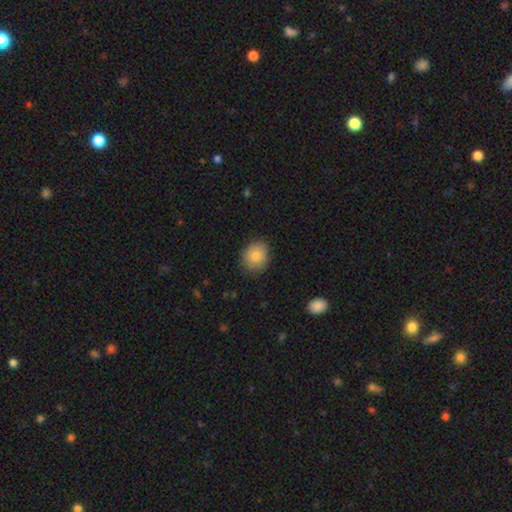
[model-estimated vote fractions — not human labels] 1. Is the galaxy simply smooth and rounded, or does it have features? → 85% smooth, 9% star or artifact, 7% featured or disk.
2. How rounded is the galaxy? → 72% round, 27% in between, 1% cigar-shaped.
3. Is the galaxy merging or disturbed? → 85% none, 11% minor disturbance, 3% major disturbance, 1% merger.